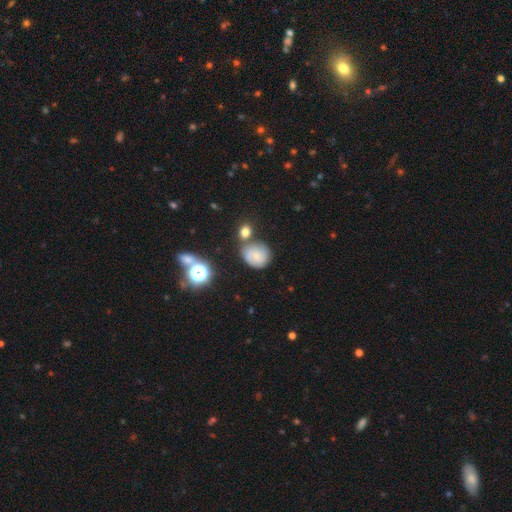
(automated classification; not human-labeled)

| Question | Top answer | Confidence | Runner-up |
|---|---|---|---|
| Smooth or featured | smooth | 55% | featured or disk (30%) |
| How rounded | round | 73% | in between (26%) |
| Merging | none | 57% | minor disturbance (21%) |